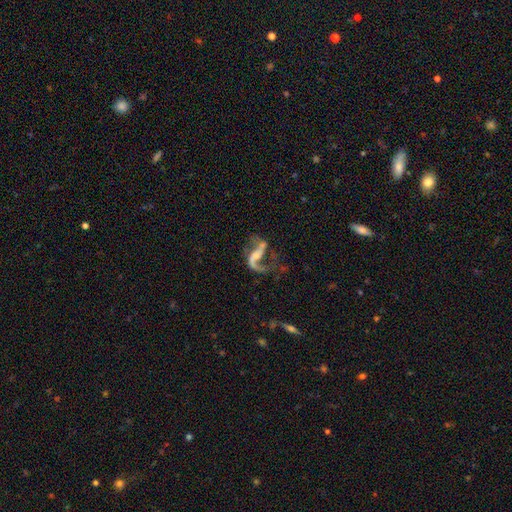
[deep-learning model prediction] Smooth or featured? featured or disk (85%)
Edge-on disk? no (97%)
Bar? weak (38%)
Spiral arms? yes (91%)
Spiral winding? loose (83%)
Spiral arm count? 2 (76%)
Bulge size? none (37%)
Merging? none (43%)